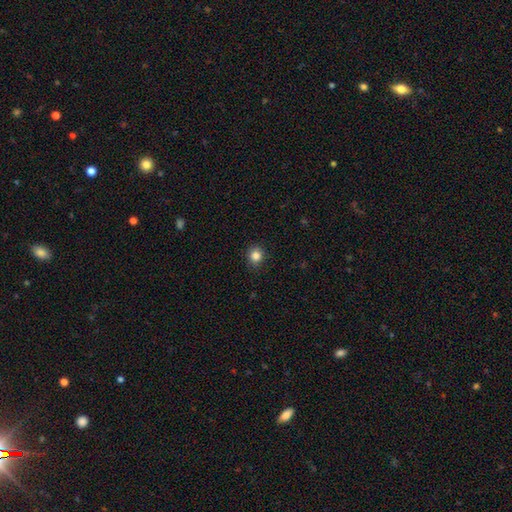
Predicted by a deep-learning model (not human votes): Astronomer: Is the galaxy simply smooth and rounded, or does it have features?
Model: smooth — 84%.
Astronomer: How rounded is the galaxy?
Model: round — 87%.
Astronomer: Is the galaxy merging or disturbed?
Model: none — 89%.